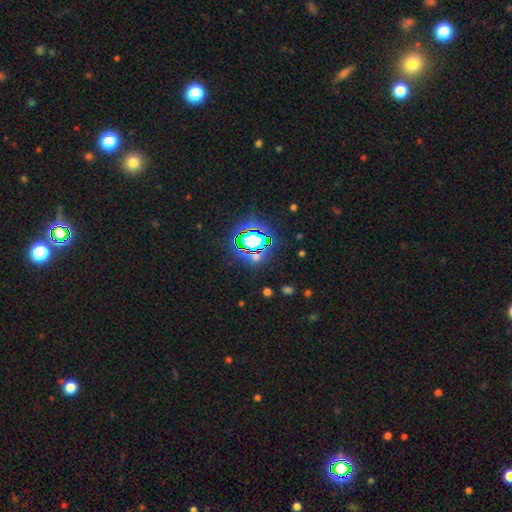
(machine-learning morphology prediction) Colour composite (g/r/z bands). It shows a star or artifact, not a galaxy (69%).